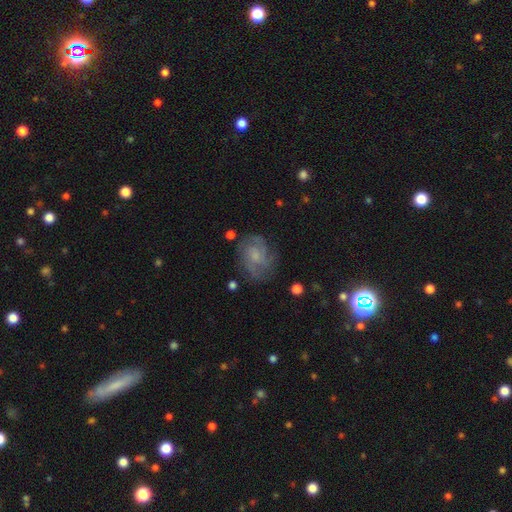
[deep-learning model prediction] Overall: featured or disk (67%). Edge-on disk: no (97%). Bar: no (69%). Spiral arms: yes (88%). Spiral arm count: can't tell (32%; 3 27%). Spiral winding: medium (44%; tight 39%). Bulge size: small (44%; moderate 34%). Merging: none (71%).